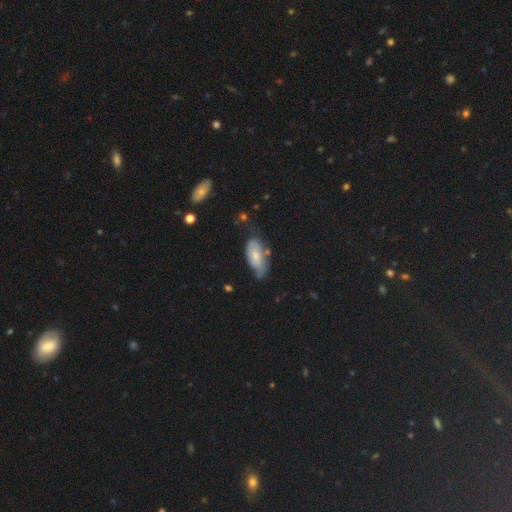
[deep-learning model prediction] This is likely a smooth galaxy (60%). How rounded: clearly in between (89%). Merging: possibly none (46%).